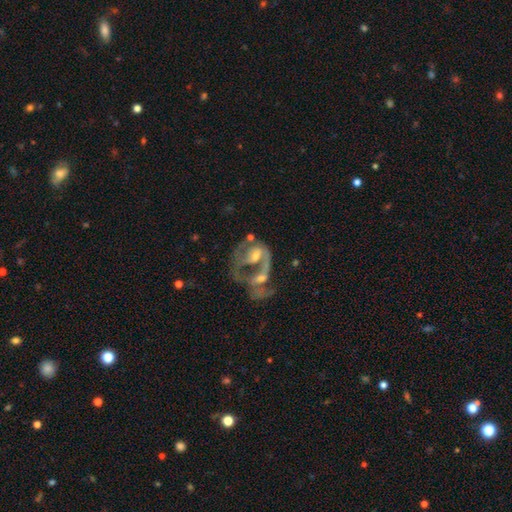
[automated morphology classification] featured or disk 73%, smooth 18%, star or artifact 9%. Down the decision tree: edge-on disk — no (97%); bar — no (52%); spiral arms — yes (65%); bulge size — moderate (49%); merging — merger (61%).